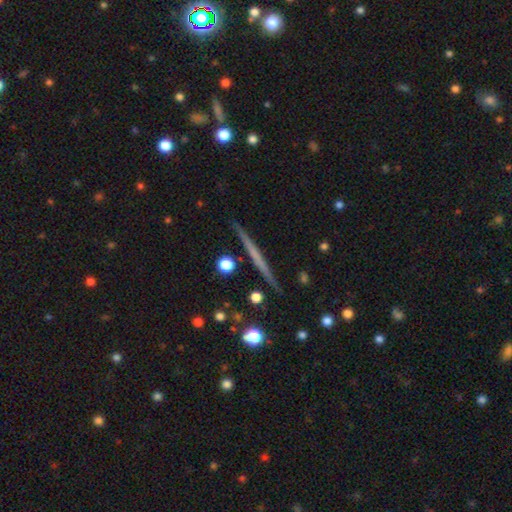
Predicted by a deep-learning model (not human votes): This appears to be a featured or disk galaxy (60%) viewed edge-on (98%) with no central bulge (87%). Merging: none (91%).